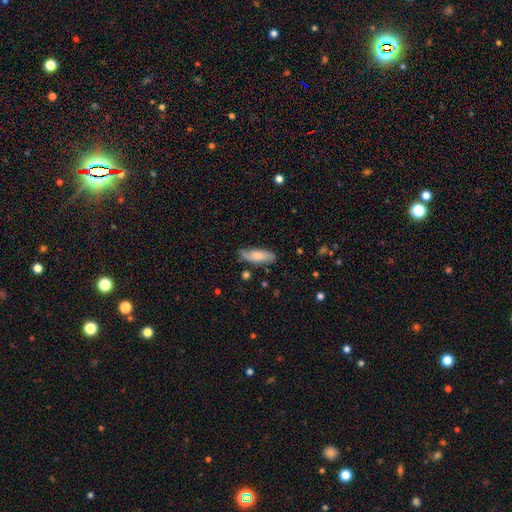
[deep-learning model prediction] smooth-or-featured: smooth: 72% | featured or disk: 21% | star or artifact: 7%
  how-rounded: in between: 59% | cigar-shaped: 39% | round: 2%
  merging: none: 80% | minor disturbance: 15% | major disturbance: 3% | merger: 2%